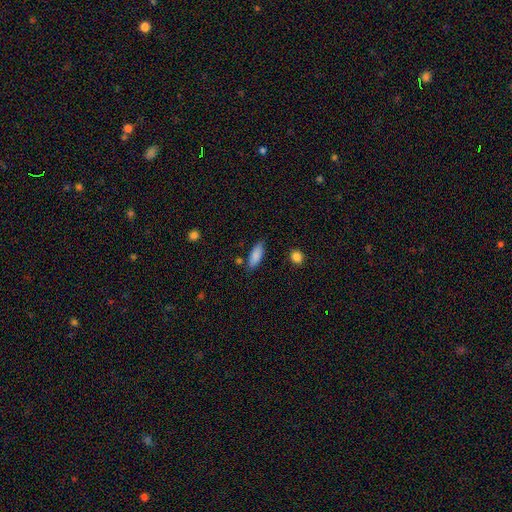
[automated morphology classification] Overall: smooth (86%). How rounded: in between (68%; cigar-shaped 30%). Merging: none (81%).